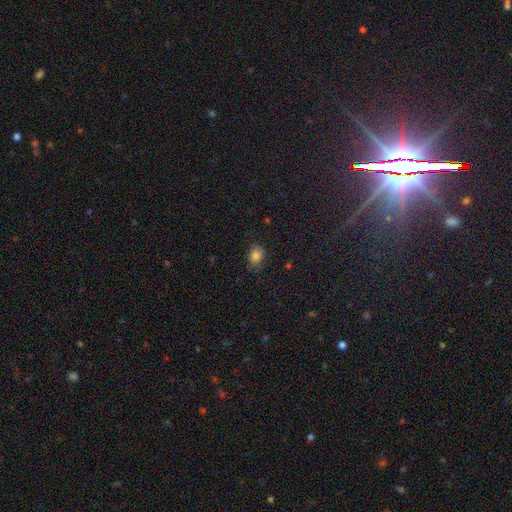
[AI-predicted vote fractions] smooth-or-featured: smooth: 83% | star or artifact: 12% | featured or disk: 5%
  how-rounded: in between: 55% | round: 44% | cigar-shaped: 1%
  merging: none: 75% | minor disturbance: 19% | major disturbance: 5% | merger: 1%